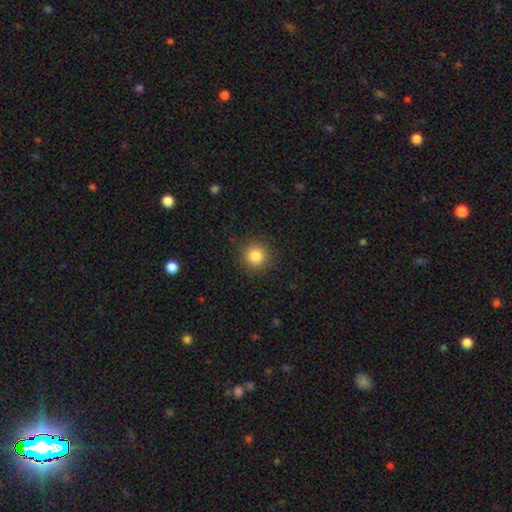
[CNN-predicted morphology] The model was most divided on "smooth or featured": smooth: 84%, star or artifact: 11%, featured or disk: 5%. More confident: how rounded — round (94%); merging — none (90%).